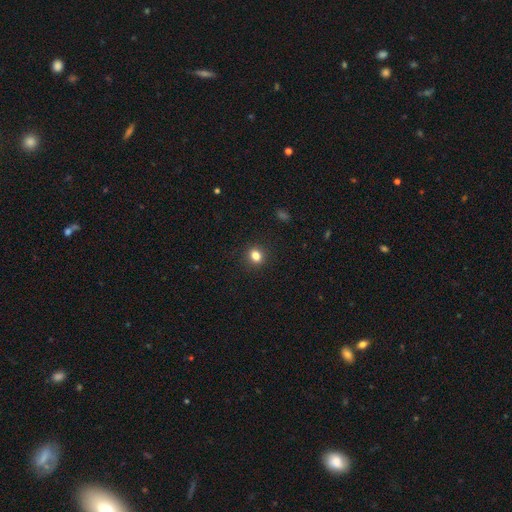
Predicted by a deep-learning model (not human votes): Q: Smooth or featured?
A: smooth (82%); runner-up: star or artifact (12%)
Q: How rounded?
A: round (74%); runner-up: in between (25%)
Q: Merging?
A: none (91%); runner-up: minor disturbance (6%)